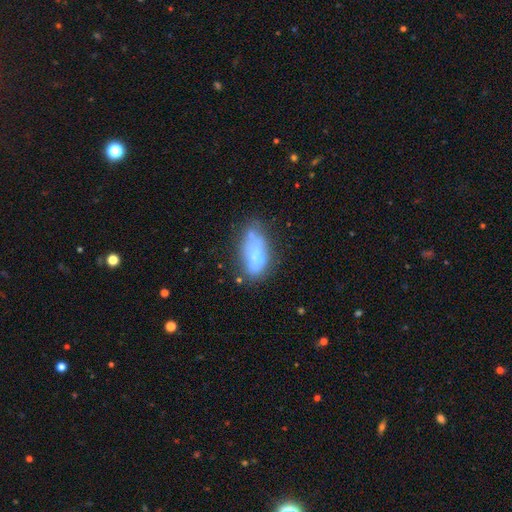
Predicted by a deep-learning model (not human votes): A smooth galaxy with no disk features (47%).

Vote fractions:
- Smooth or featured? smooth: 47% / featured or disk: 43% / star or artifact: 11%
- Merging? none: 41% / merger: 22% / minor disturbance: 22% / major disturbance: 15%